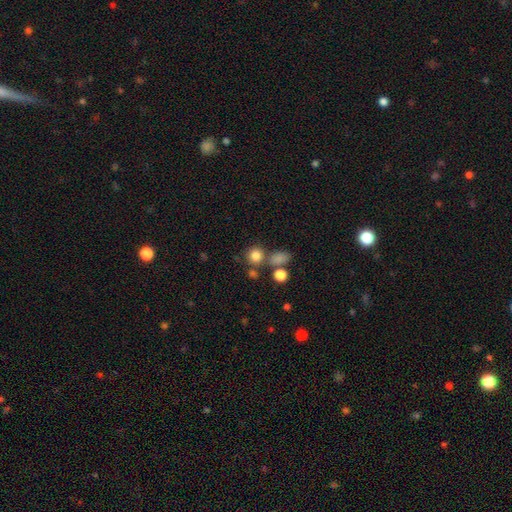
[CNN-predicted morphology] Overall: smooth (80%). How rounded: round (87%). Merging: none (67%).